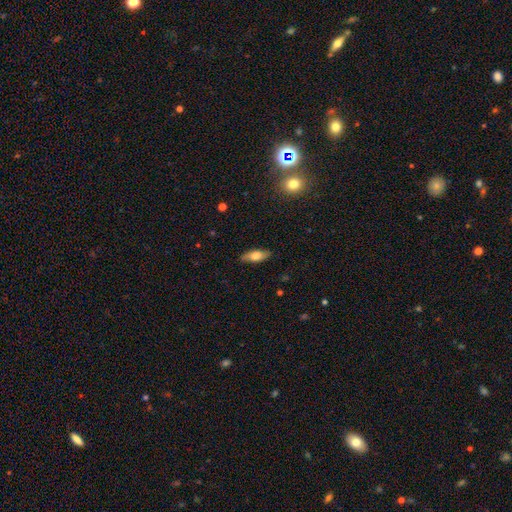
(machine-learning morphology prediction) type=smooth (70%); roundness=in between (69%); merging=none (85%).